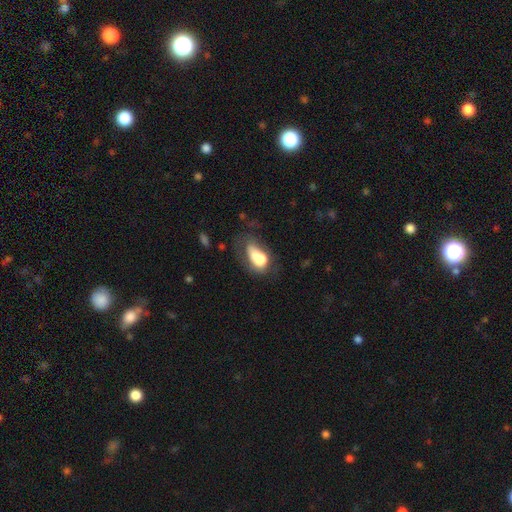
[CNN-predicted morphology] smooth-or-featured: smooth: 65% | featured or disk: 26% | star or artifact: 9%
  how-rounded: in between: 84% | round: 13% | cigar-shaped: 3%
  merging: major disturbance: 37% | none: 26% | minor disturbance: 25% | merger: 12%